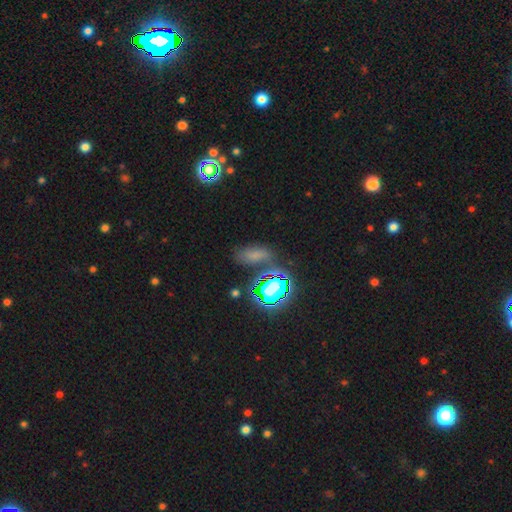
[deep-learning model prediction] Q: Smooth or featured?
A: smooth (52%); runner-up: star or artifact (33%)
Q: How rounded?
A: in between (78%); runner-up: cigar-shaped (11%)
Q: Merging?
A: none (61%); runner-up: minor disturbance (19%)